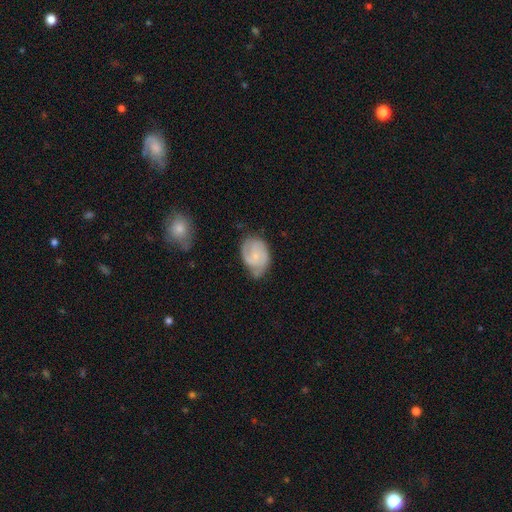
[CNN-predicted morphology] smooth-or-featured: featured or disk: 67% | smooth: 27% | star or artifact: 6%
  disk-edge-on: no: 98% | yes: 2%
    bar: no: 64% | weak: 32% | strong: 4%
    has-spiral-arms: yes: 92% | no: 8%
      spiral-winding: tight: 45% | medium: 42% | loose: 13%
      spiral-arm-count: 2: 62% | can't tell: 16% | 3: 10% | 1: 8% | 4: 2% | more than 4: 2%
    bulge-size: small: 69% | moderate: 18% | none: 12% | large: 1% | dominant: 1%
  merging: none: 54% | minor disturbance: 32% | major disturbance: 11% | merger: 3%